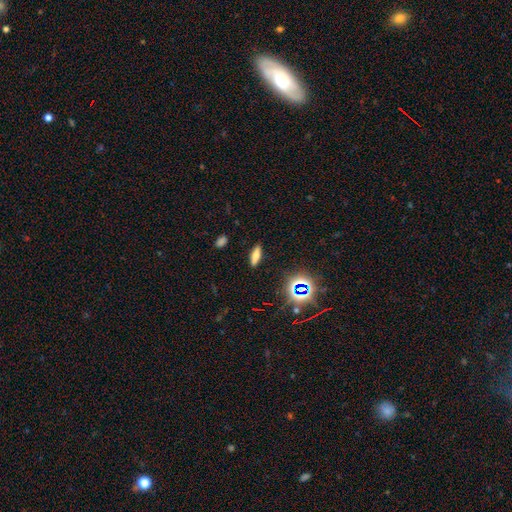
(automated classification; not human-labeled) This is likely a smooth galaxy (68%). How rounded: possibly in between (49%). Merging: clearly none (89%).